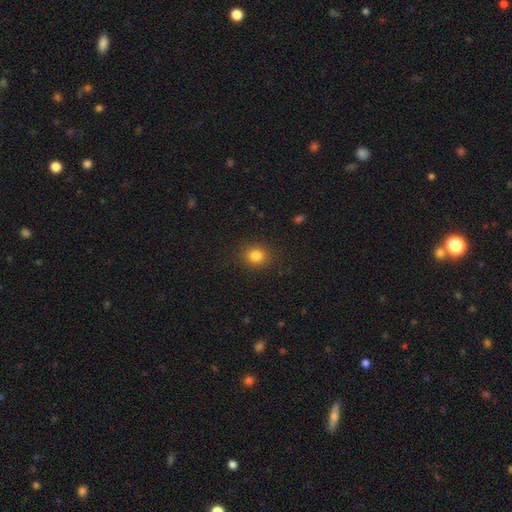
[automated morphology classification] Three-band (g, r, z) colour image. It shows a smooth galaxy with no disk features (83%) that is round (71%). Merging: none (87%).